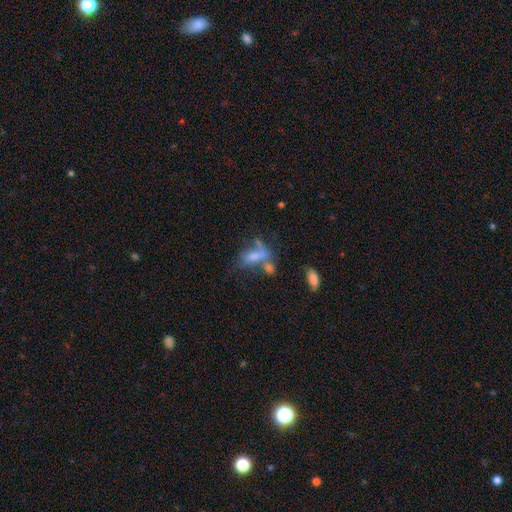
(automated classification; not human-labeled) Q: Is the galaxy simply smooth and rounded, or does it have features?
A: smooth — 53%.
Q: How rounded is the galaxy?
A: in between — 76%.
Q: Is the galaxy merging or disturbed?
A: merger — 38%.